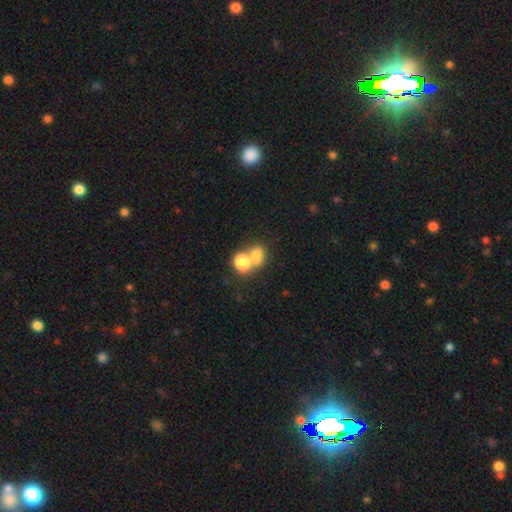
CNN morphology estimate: A smooth galaxy with no disk features (75%) that is in between round and cigar-shaped (50%).

Vote fractions:
- Smooth or featured? smooth: 75% / star or artifact: 13% / featured or disk: 12%
- How rounded? in between: 50% / round: 48% / cigar-shaped: 1%
- Merging? merger: 57% / none: 30% / minor disturbance: 7% / major disturbance: 5%